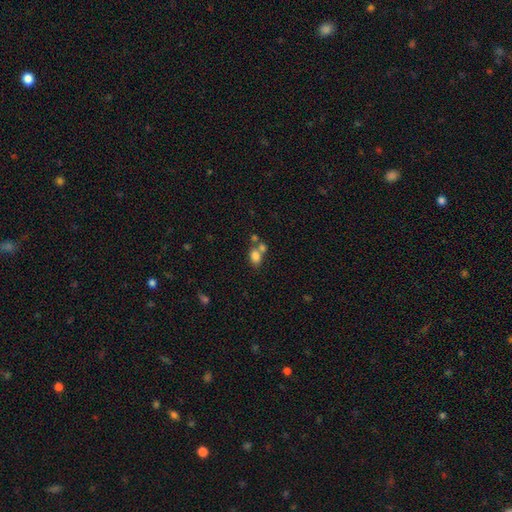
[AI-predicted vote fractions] A smooth galaxy with no disk features (79%) that is in between round and cigar-shaped (75%). Merging: none (44%).